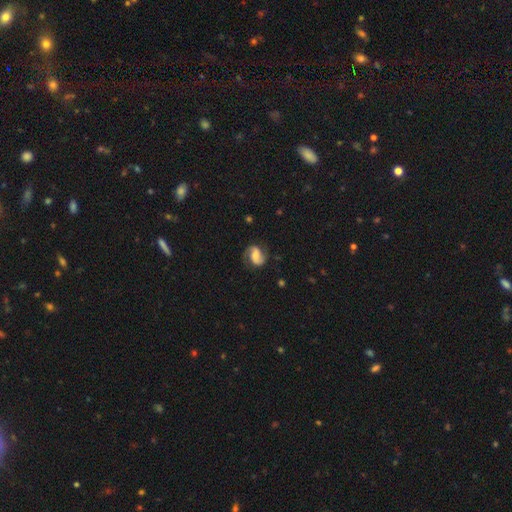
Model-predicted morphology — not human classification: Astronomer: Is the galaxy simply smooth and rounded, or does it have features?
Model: featured or disk — 74%.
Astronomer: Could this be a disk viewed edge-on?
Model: no — 97%.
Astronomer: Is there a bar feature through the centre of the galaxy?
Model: weak — 42% (runner-up: no, 36%).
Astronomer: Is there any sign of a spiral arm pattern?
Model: yes — 95%.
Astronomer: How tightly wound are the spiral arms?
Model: medium — 47% (runner-up: loose, 32%).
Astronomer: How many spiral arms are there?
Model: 2 — 88%.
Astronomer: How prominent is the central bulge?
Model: moderate — 39% (runner-up: small, 28%).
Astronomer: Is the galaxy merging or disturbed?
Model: none — 74%.